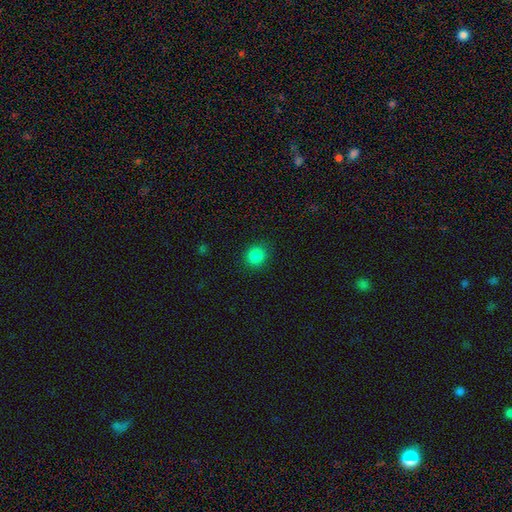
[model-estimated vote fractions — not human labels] A smooth galaxy with no disk features (85%) that is round (83%). Merging: none (89%).